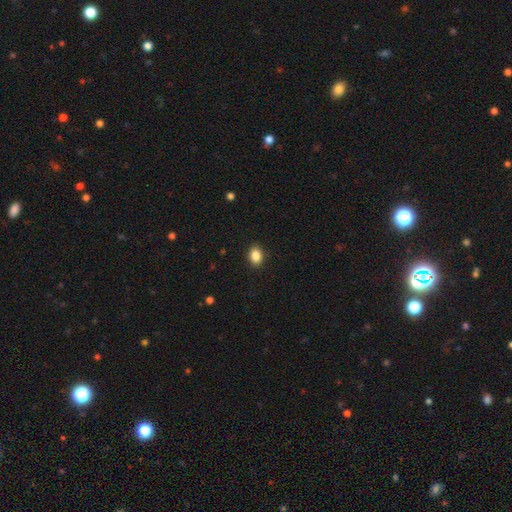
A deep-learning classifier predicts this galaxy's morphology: This is clearly a smooth galaxy (88%). How rounded: likely in between (70%). Merging: clearly none (91%).